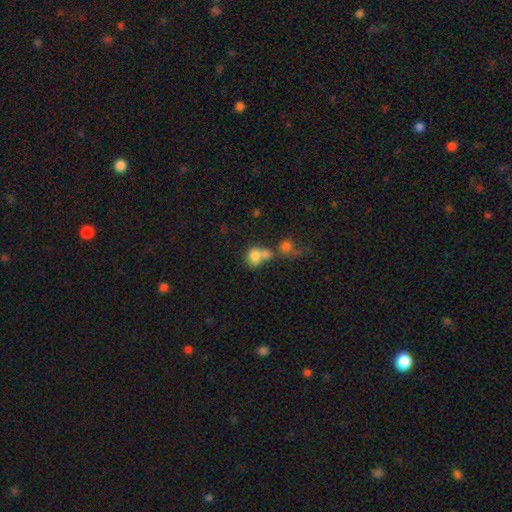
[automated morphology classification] Smooth or featured?
  - smooth: 76% *
  - featured or disk: 13%
  - star or artifact: 11%
How rounded?
  - round: 54% *
  - in between: 45%
  - cigar-shaped: 1%
Merging?
  - merger: 60% *
  - none: 25%
  - minor disturbance: 8%
  - major disturbance: 7%